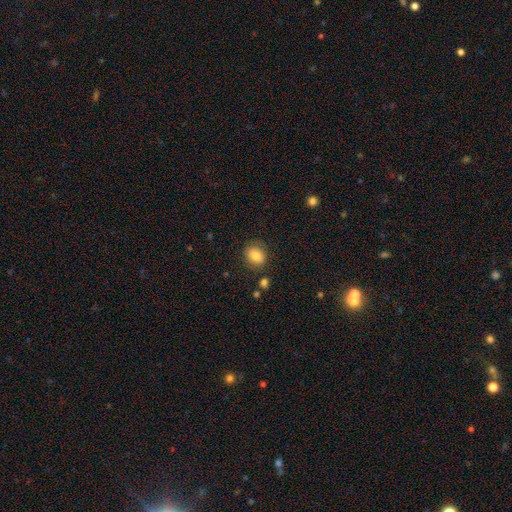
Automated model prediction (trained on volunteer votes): This appears to be a smooth galaxy with no disk features (82%) that is in between round and cigar-shaped (52%). Merging: none (81%).